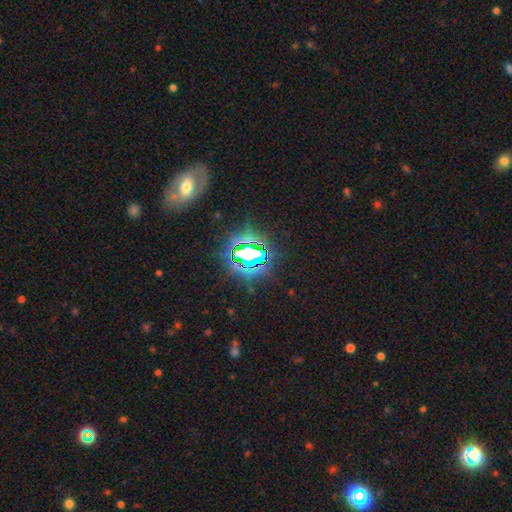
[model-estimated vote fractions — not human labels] Q: Smooth or featured?
A: star or artifact (77%); runner-up: smooth (13%)